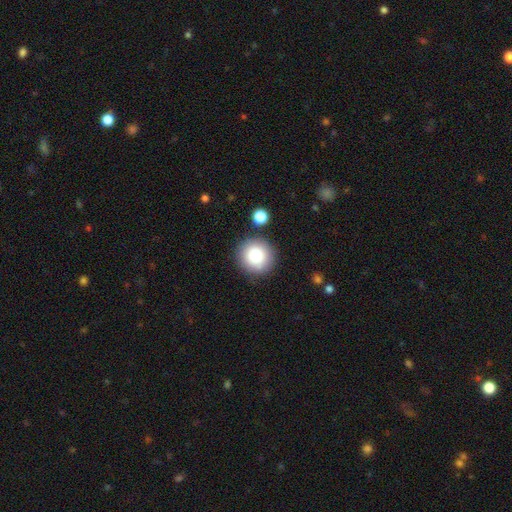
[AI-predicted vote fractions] smooth_or_featured: smooth (p=0.85) [alt: star or artifact p=0.09]
how_rounded: round (p=0.94) [alt: in between p=0.05]
merging: none (p=0.85) [alt: minor disturbance p=0.08]